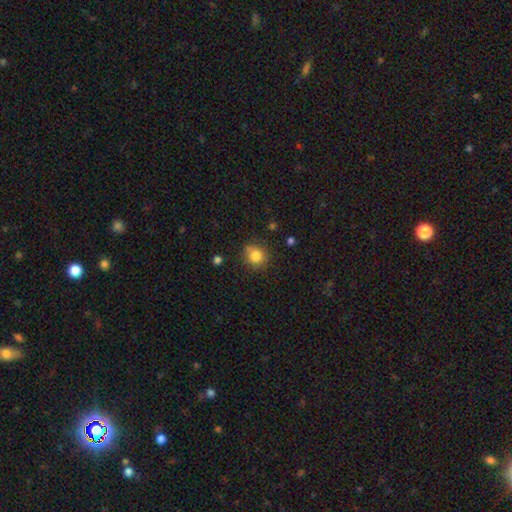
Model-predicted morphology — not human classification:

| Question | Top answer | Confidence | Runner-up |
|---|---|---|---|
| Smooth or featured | smooth | 82% | star or artifact (11%) |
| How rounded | round | 82% | in between (17%) |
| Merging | none | 78% | minor disturbance (14%) |